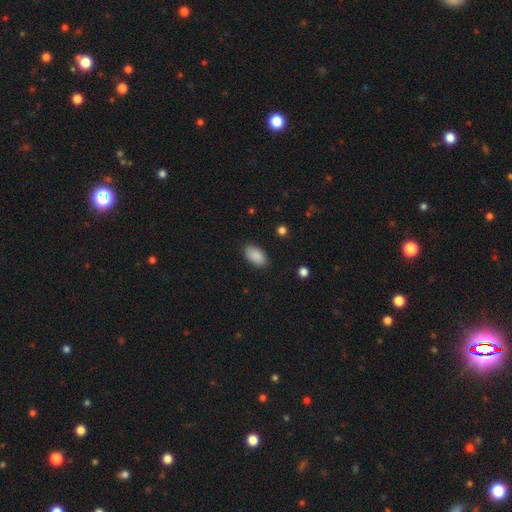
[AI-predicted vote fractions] Morphology: type=smooth (89%); roundness=in between (94%); merging=none (87%).